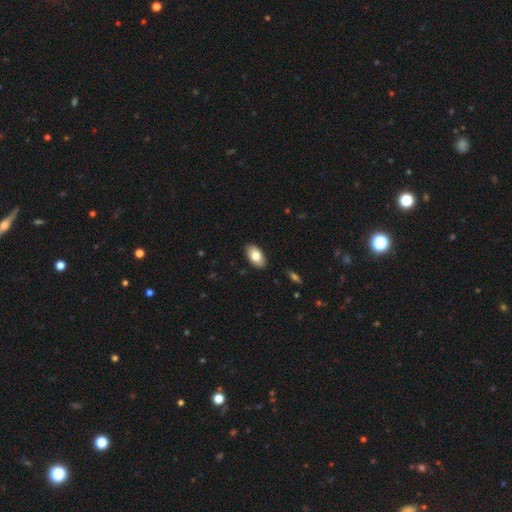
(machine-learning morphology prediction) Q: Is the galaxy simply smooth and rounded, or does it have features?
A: smooth — 79%.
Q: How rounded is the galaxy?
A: in between — 94%.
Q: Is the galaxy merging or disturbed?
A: none — 89%.